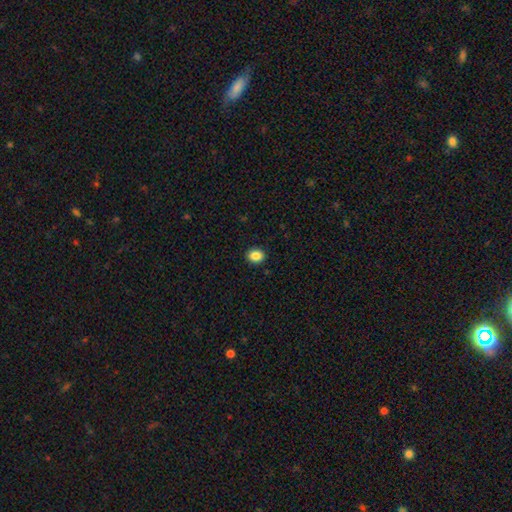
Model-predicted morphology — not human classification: Smooth or featured: smooth — 87% (star or artifact — 9%)
How rounded: round — 58% (in between — 41%)
Merging: none — 92% (minor disturbance — 6%)